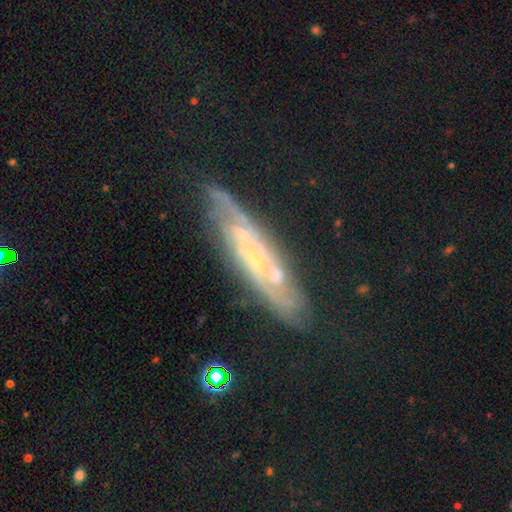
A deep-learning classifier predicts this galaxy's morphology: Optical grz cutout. It shows a featured or disk galaxy (73%). Merging: none (74%).